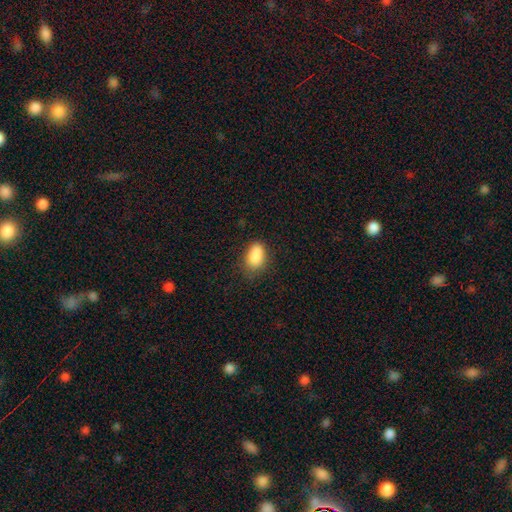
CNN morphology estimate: This appears to be a smooth galaxy with no disk features (86%) that is in between round and cigar-shaped (89%). Merging: none (65%).